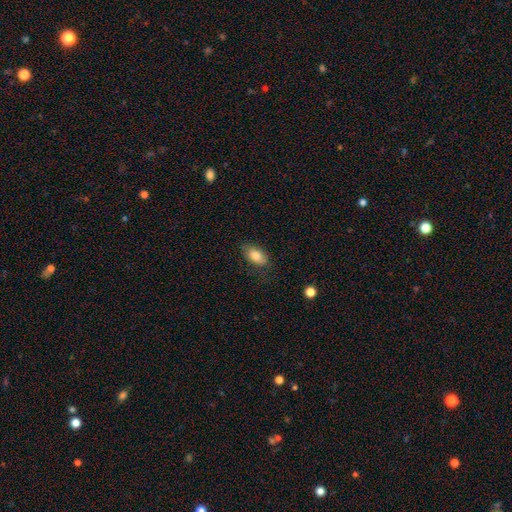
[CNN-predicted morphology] Smooth or featured? Predicted: smooth (p=0.82). How rounded? Predicted: in between (p=0.92). Merging? Predicted: none (p=0.78).